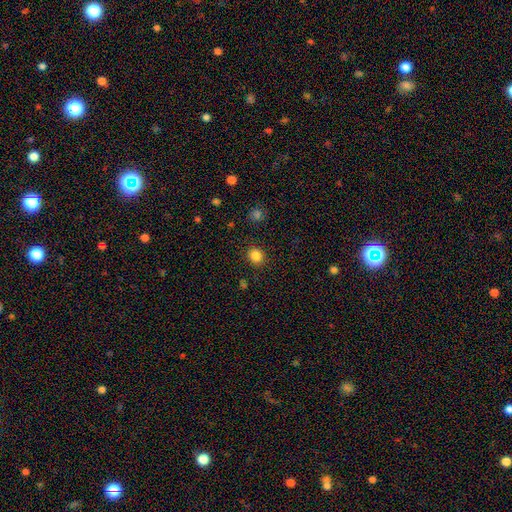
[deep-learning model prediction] Morphology: type=smooth (84%); roundness=round (75%); merging=none (89%).